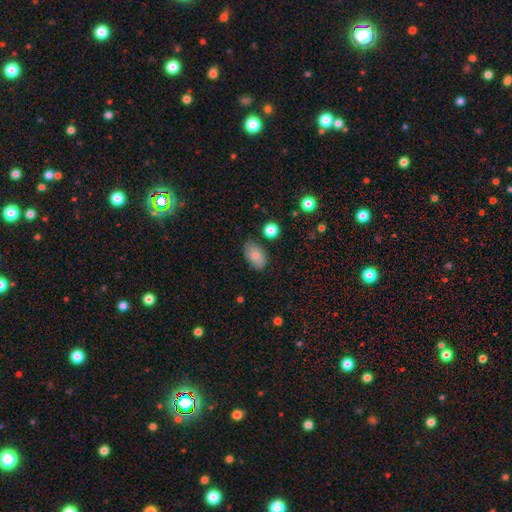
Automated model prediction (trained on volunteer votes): Smooth or featured?
  - smooth: 77% *
  - featured or disk: 15%
  - star or artifact: 8%
How rounded?
  - in between: 88% *
  - round: 11%
  - cigar-shaped: 2%
Merging?
  - none: 76% *
  - minor disturbance: 18%
  - major disturbance: 3%
  - merger: 3%